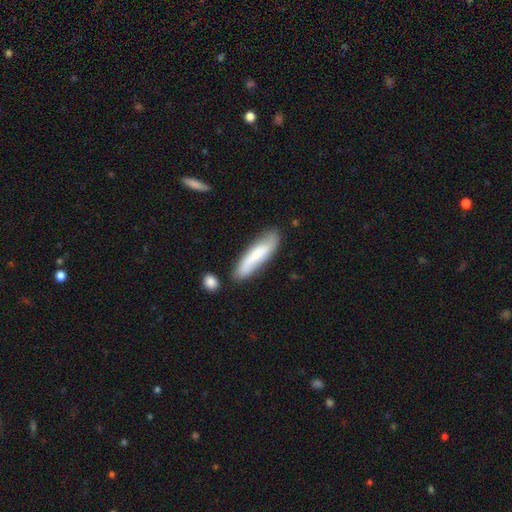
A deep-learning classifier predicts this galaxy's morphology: The model was most divided on "smooth or featured": smooth: 62%, featured or disk: 31%, star or artifact: 6%. More confident: how rounded — cigar-shaped (71%); merging — none (70%).